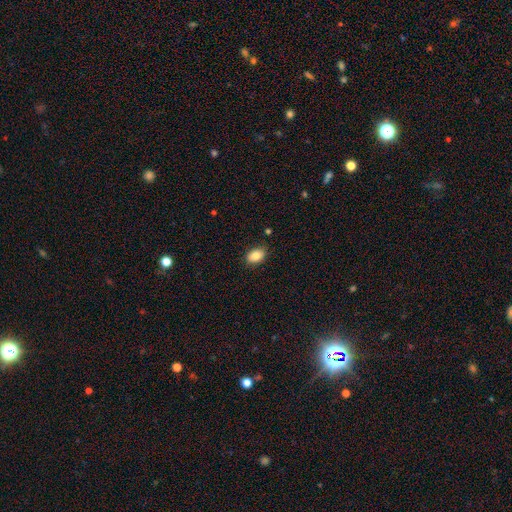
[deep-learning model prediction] Morphology: type=smooth (84%); roundness=in between (88%); merging=none (86%).